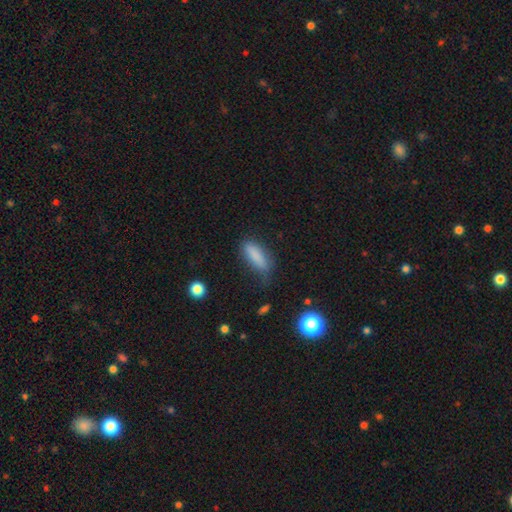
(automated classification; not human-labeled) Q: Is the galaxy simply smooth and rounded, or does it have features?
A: smooth — 85%.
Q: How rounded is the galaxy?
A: in between — 57%.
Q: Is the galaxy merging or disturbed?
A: none — 65%.